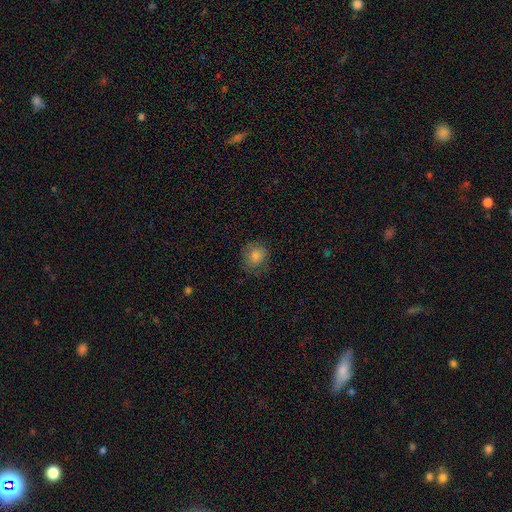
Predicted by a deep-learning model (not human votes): A smooth galaxy with no disk features (74%) that is round (78%).

Vote fractions:
- Smooth or featured? smooth: 74% / featured or disk: 13% / star or artifact: 13%
- How rounded? round: 78% / in between: 21% / cigar-shaped: 1%
- Merging? none: 75% / minor disturbance: 17% / major disturbance: 7% / merger: 1%